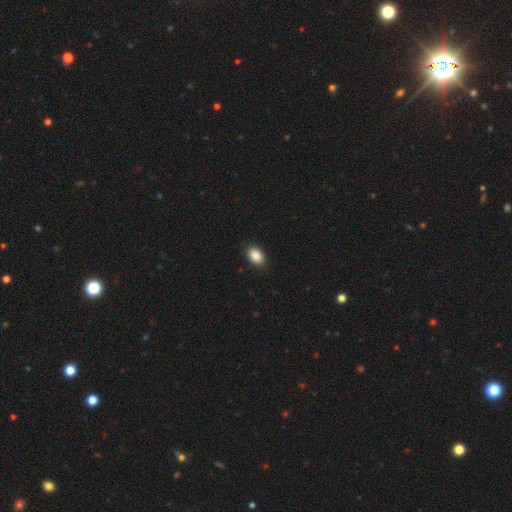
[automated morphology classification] Smooth or featured: smooth — 89% (star or artifact — 8%)
How rounded: in between — 87% (round — 12%)
Merging: none — 90% (minor disturbance — 7%)